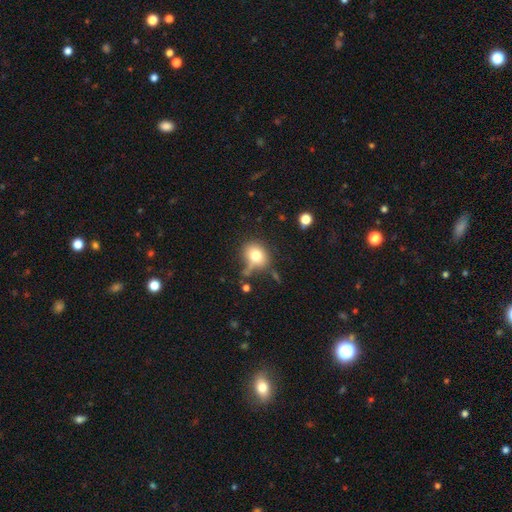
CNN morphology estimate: A smooth galaxy with no disk features (77%) that is round (60%).

Vote fractions:
- Smooth or featured? smooth: 77% / featured or disk: 12% / star or artifact: 11%
- How rounded? round: 60% / in between: 39% / cigar-shaped: 1%
- Merging? none: 55% / minor disturbance: 23% / major disturbance: 11% / merger: 11%